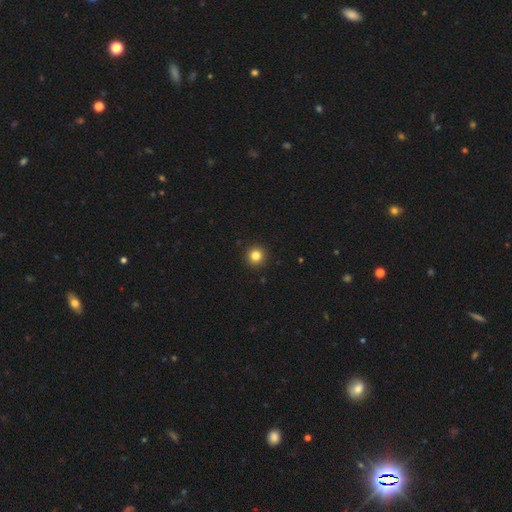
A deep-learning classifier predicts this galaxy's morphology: Overall: smooth (83%). How rounded: round (96%). Merging: none (94%).